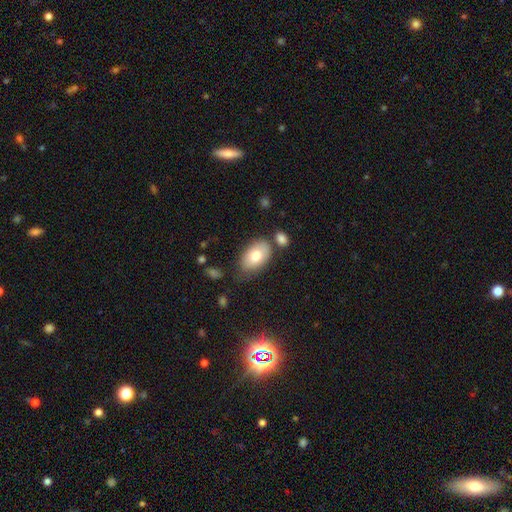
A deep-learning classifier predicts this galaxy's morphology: Smooth or featured? smooth (76%)
How rounded? in between (92%)
Merging? none (61%)